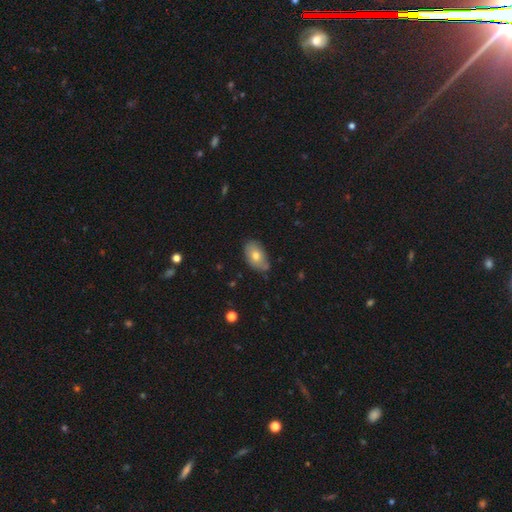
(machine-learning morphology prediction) Smooth or featured: smooth — 72% (featured or disk — 21%)
How rounded: in between — 90% (round — 8%)
Merging: none — 69% (minor disturbance — 25%)